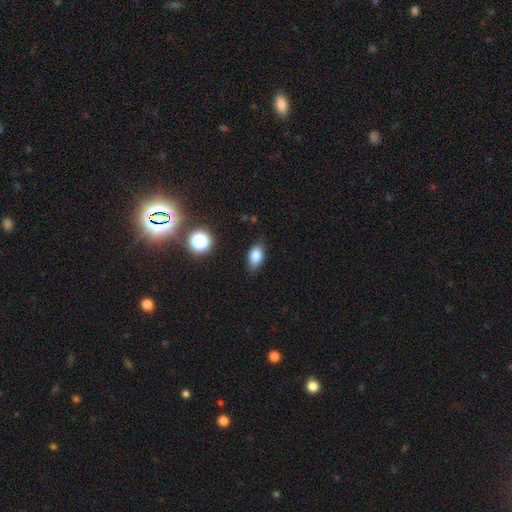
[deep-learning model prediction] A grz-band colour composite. It shows a smooth galaxy with no disk features (82%) that is in between round and cigar-shaped (88%). Merging: none (81%).